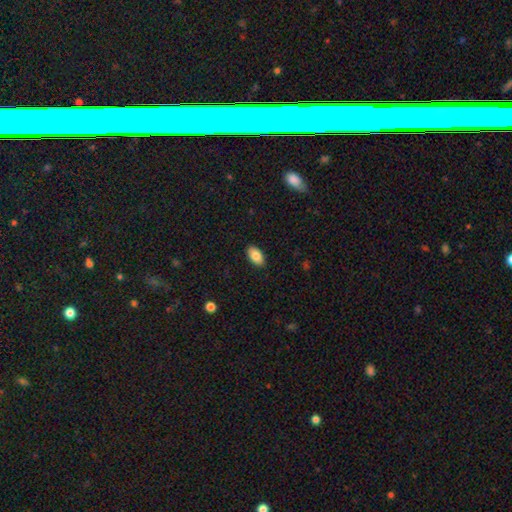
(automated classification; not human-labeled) smooth 84%, featured or disk 8%, star or artifact 7%. Down the decision tree: how rounded — in between (94%); merging — none (89%).